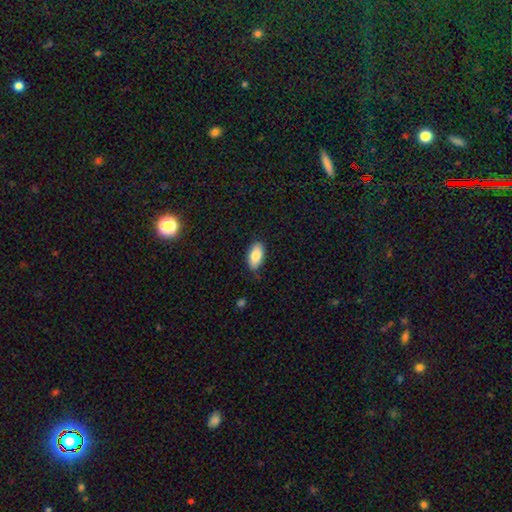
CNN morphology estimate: Smooth or featured: smooth — 85% (featured or disk — 8%)
How rounded: in between — 93% (cigar-shaped — 4%)
Merging: none — 83% (minor disturbance — 13%)